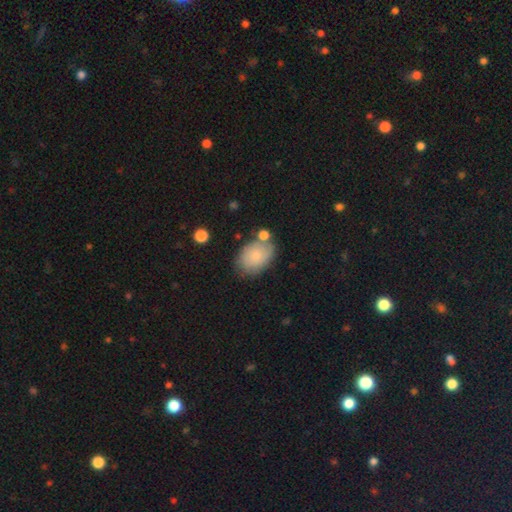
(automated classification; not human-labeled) A smooth galaxy with no disk features (76%) that is in between round and cigar-shaped (83%).

Vote fractions:
- Smooth or featured? smooth: 76% / featured or disk: 17% / star or artifact: 7%
- How rounded? in between: 83% / round: 16% / cigar-shaped: 1%
- Merging? none: 65% / minor disturbance: 20% / merger: 9% / major disturbance: 5%